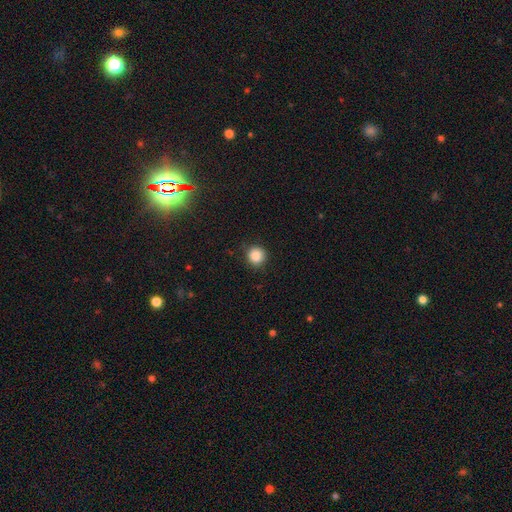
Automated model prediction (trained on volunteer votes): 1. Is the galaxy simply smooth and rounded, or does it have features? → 87% smooth, 10% star or artifact, 3% featured or disk.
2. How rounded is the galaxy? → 93% round, 6% in between, 1% cigar-shaped.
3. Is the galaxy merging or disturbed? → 87% none, 9% minor disturbance, 3% major disturbance, 1% merger.